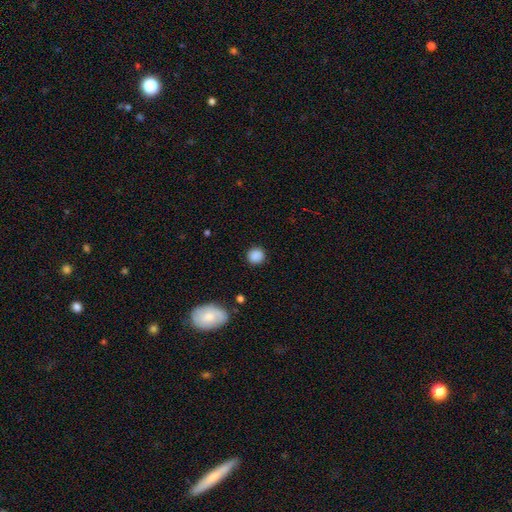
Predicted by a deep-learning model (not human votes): The model was most divided on "smooth or featured": smooth: 87%, star or artifact: 10%, featured or disk: 4%. More confident: how rounded — round (91%); merging — none (89%).